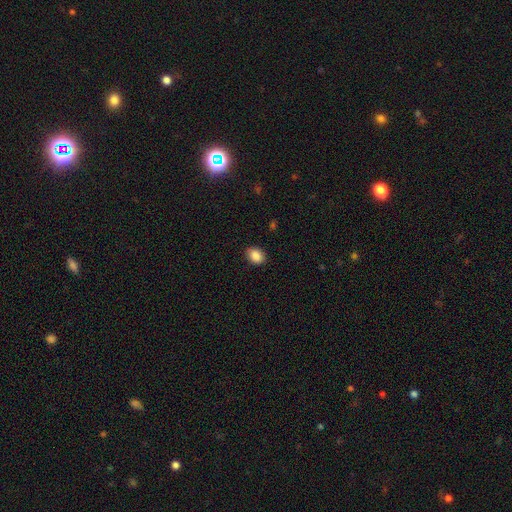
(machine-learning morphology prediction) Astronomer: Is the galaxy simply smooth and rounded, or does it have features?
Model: smooth — 88%.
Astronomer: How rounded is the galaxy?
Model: in between — 70%.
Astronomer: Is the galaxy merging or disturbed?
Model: none — 87%.